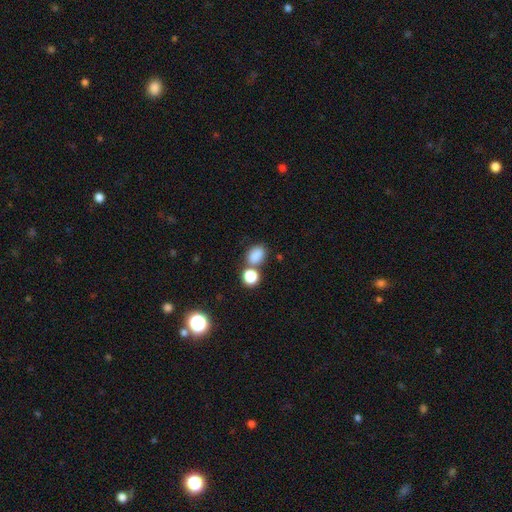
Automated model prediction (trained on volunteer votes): smooth-or-featured: smooth: 82% | star or artifact: 13% | featured or disk: 6%
  how-rounded: in between: 68% | round: 30% | cigar-shaped: 1%
  merging: none: 59% | merger: 23% | minor disturbance: 13% | major disturbance: 4%